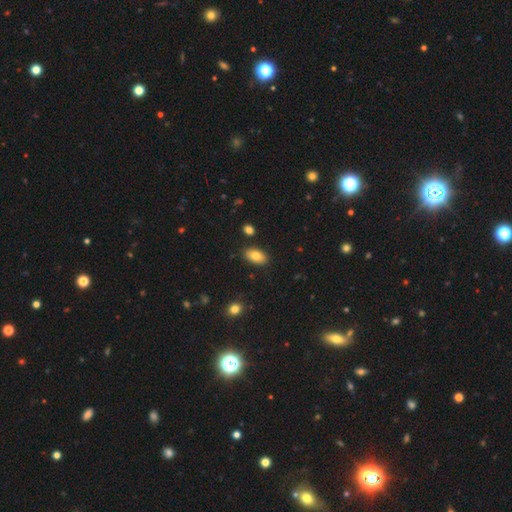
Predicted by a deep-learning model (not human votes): smooth-or-featured: smooth: 82% | featured or disk: 10% | star or artifact: 8%
  how-rounded: in between: 93% | round: 5% | cigar-shaped: 2%
  merging: none: 87% | minor disturbance: 9% | merger: 2% | major disturbance: 2%